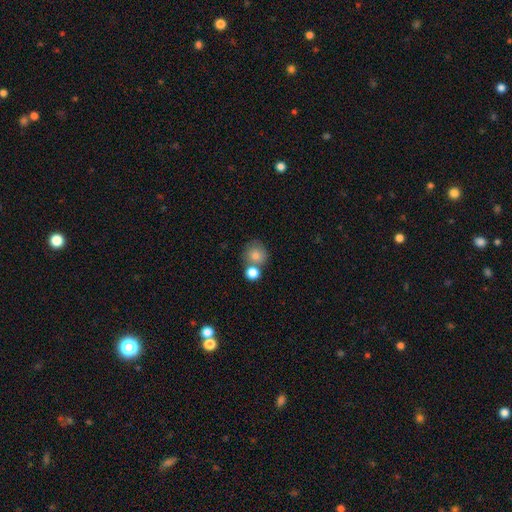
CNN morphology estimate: Smooth or featured?
  - smooth: 80% *
  - featured or disk: 10%
  - star or artifact: 10%
How rounded?
  - round: 85% *
  - in between: 14%
  - cigar-shaped: 1%
Merging?
  - none: 50% *
  - merger: 35%
  - minor disturbance: 11%
  - major disturbance: 4%